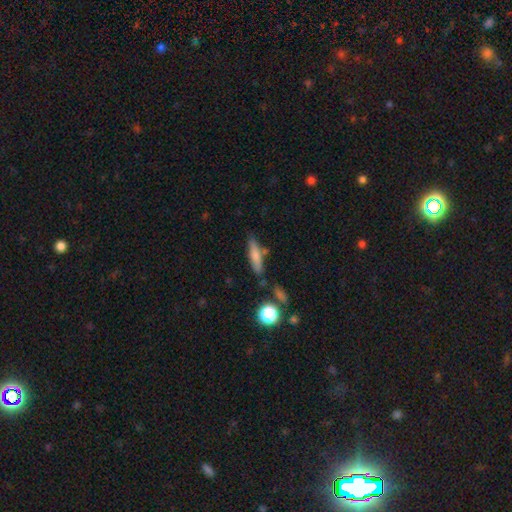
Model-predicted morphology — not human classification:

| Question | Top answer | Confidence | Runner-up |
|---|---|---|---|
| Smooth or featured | smooth | 72% | featured or disk (19%) |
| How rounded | cigar-shaped | 71% | in between (26%) |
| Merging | none | 71% | minor disturbance (15%) |